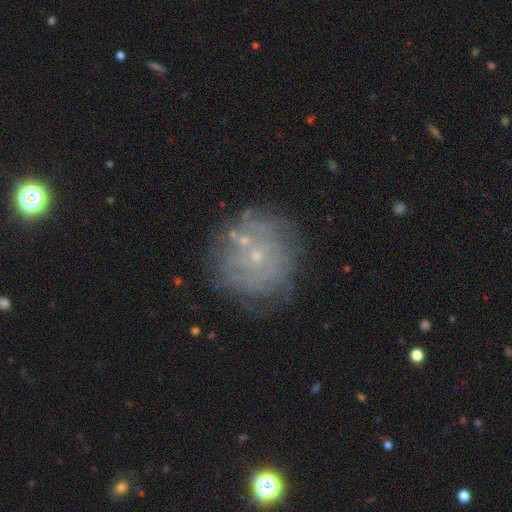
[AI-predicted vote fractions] The model was most divided on "spiral arms": yes: 68%, no: 32%. More confident: edge-on disk — no (97%); bulge size — small (86%); bar — no (86%); merging — none (71%); smooth or featured — featured or disk (65%).